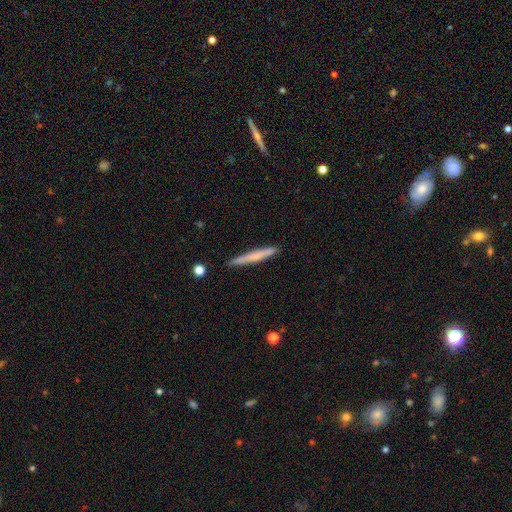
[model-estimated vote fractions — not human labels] Smooth or featured: smooth — 62% (featured or disk — 32%)
How rounded: cigar-shaped — 96% (in between — 2%)
Merging: none — 87% (minor disturbance — 10%)